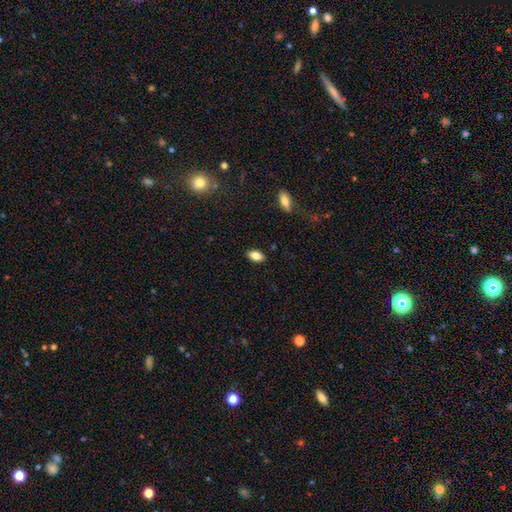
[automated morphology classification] Smooth or featured: smooth — 81% (featured or disk — 11%)
How rounded: in between — 90% (cigar-shaped — 5%)
Merging: none — 88% (minor disturbance — 9%)